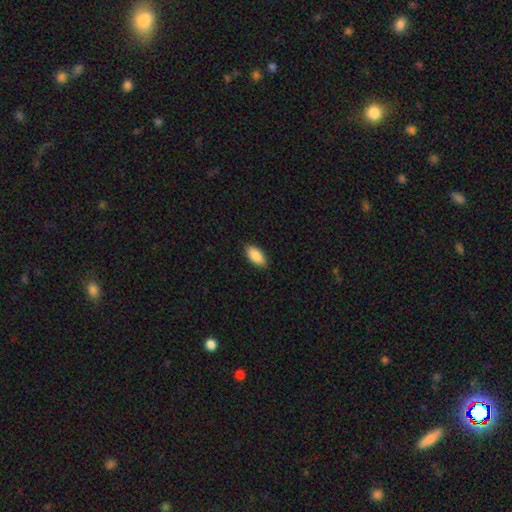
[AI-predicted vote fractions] Smooth or featured? Predicted: smooth (p=0.89). How rounded? Predicted: in between (p=0.92). Merging? Predicted: none (p=0.89).